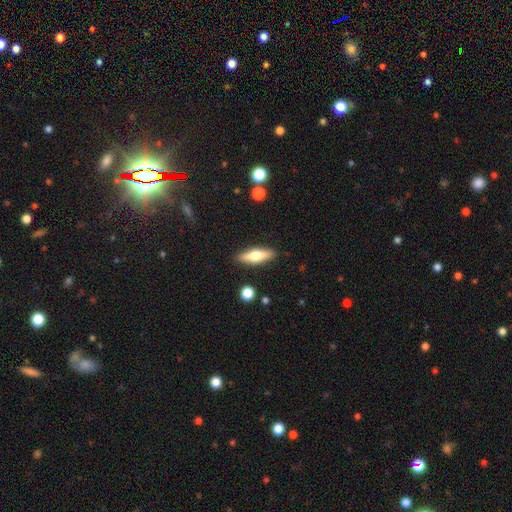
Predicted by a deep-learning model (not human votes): Smooth or featured: smooth — 55% (featured or disk — 39%)
How rounded: cigar-shaped — 55% (in between — 42%)
Merging: none — 89% (minor disturbance — 8%)